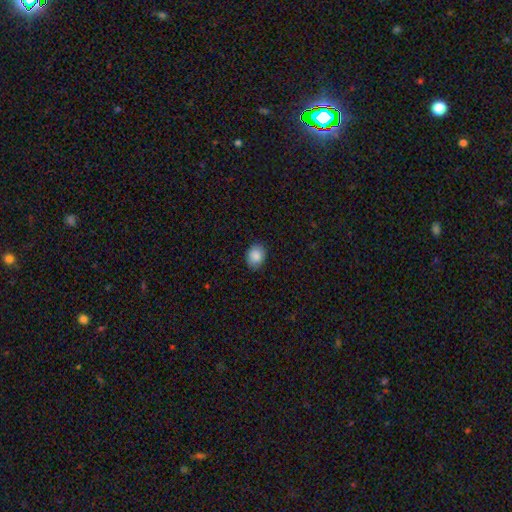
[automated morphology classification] Q: Smooth or featured?
A: smooth (87%); runner-up: star or artifact (8%)
Q: How rounded?
A: in between (55%); runner-up: round (44%)
Q: Merging?
A: none (86%); runner-up: minor disturbance (11%)